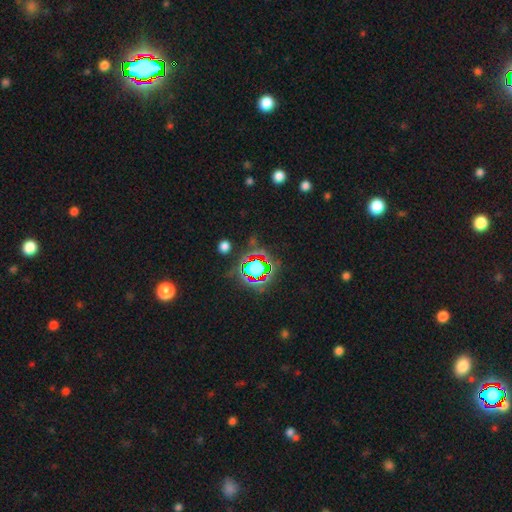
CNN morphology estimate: Q: Smooth or featured?
A: star or artifact (79%); runner-up: smooth (13%)